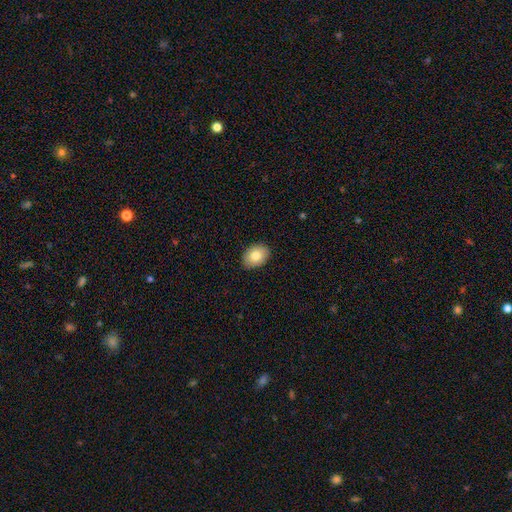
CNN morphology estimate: Smooth or featured? Predicted: smooth (p=0.82). How rounded? Predicted: in between (p=0.78). Merging? Predicted: none (p=0.88).